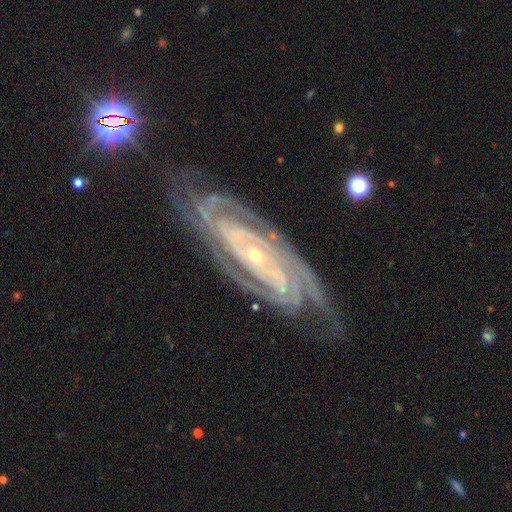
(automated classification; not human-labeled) Smooth or featured? featured or disk (91%)
Edge-on disk? no (93%)
Bar? no (64%)
Spiral arms? yes (98%)
Spiral winding? tight (75%)
Spiral arm count? 2 (26%)
Bulge size? small (73%)
Merging? none (72%)